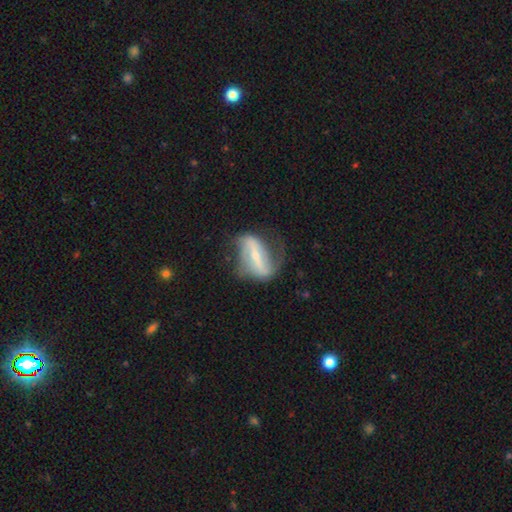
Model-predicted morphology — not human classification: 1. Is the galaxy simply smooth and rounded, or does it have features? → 79% featured or disk, 15% smooth, 6% star or artifact.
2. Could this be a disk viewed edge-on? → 90% no, 10% yes.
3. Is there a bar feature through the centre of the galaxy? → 69% strong, 20% weak, 11% no.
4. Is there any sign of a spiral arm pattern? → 81% yes, 19% no.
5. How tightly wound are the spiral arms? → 63% loose, 26% medium, 12% tight.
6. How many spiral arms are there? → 82% 2, 8% can't tell, 7% 1, 1% 3, 1% 4, 1% more than 4.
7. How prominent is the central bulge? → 66% small, 27% moderate, 4% none, 2% large, 1% dominant.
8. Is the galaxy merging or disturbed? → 53% none, 26% minor disturbance, 19% major disturbance, 2% merger.